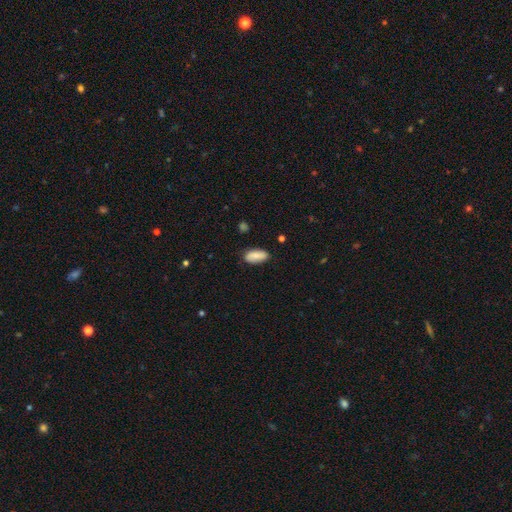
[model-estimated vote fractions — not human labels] smooth 83%, featured or disk 10%, star or artifact 7%. Down the decision tree: how rounded — in between (88%); merging — none (80%).